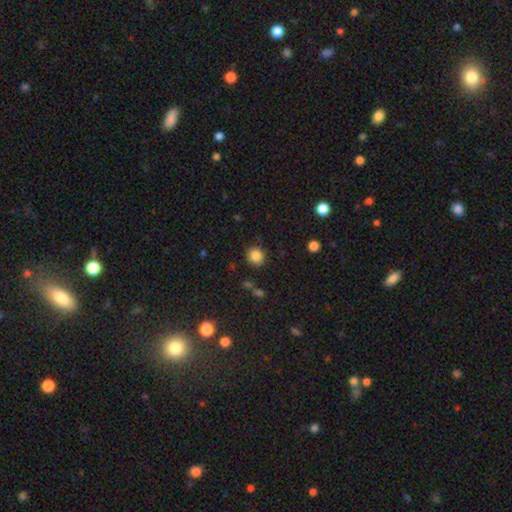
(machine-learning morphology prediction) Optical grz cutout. It shows a smooth galaxy with no disk features (85%) that is round (86%). Merging: none (87%).